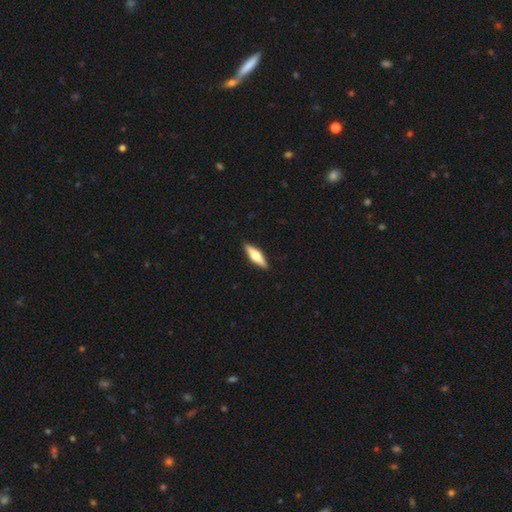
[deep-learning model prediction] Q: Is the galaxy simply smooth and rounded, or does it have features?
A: featured or disk — 48%.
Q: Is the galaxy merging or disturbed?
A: none — 91%.